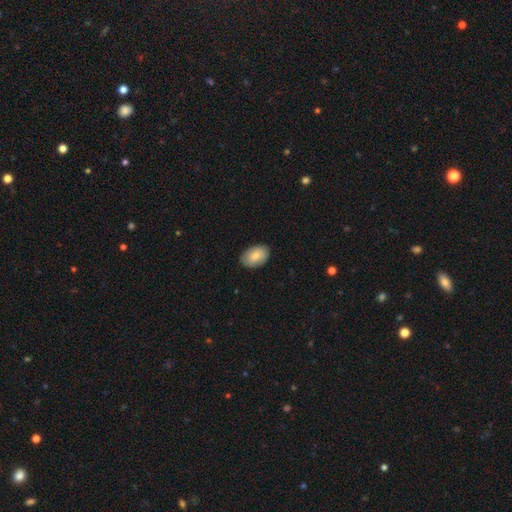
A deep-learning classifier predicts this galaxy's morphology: This is clearly a smooth galaxy (82%). How rounded: clearly in between (89%). Merging: clearly none (85%).